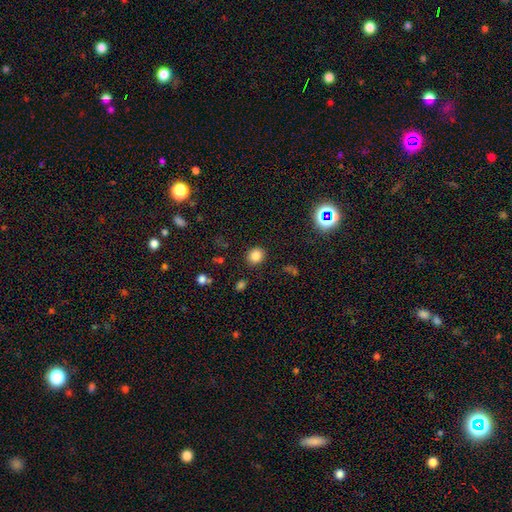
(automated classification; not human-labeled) This appears to be a smooth galaxy with no disk features (82%) that is round (77%). Merging: none (89%).